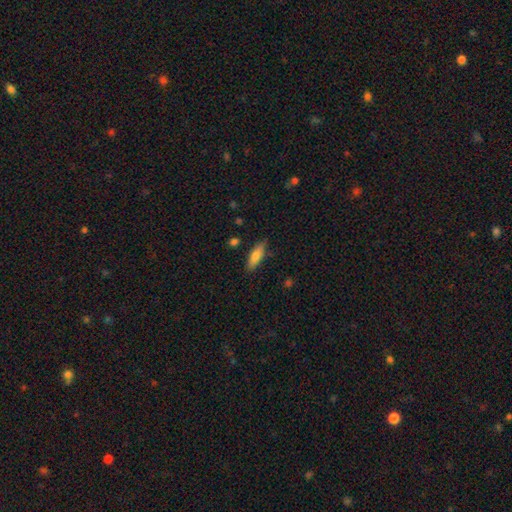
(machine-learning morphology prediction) smooth_or_featured: smooth (p=0.76) [alt: featured or disk p=0.18]
how_rounded: in between (p=0.50) [alt: cigar-shaped p=0.48]
merging: none (p=0.81) [alt: minor disturbance p=0.14]